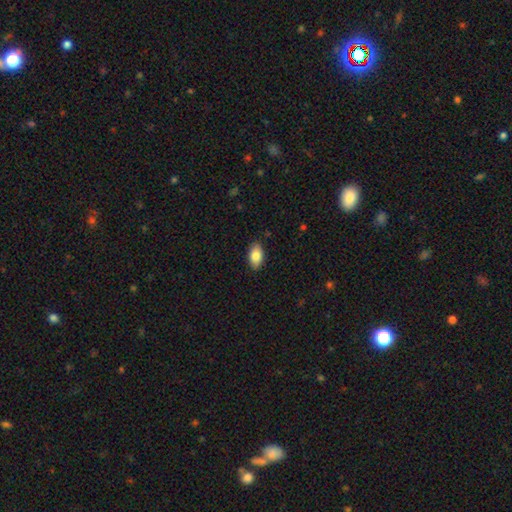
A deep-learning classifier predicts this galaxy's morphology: Smooth or featured: smooth — 83% (featured or disk — 10%)
How rounded: in between — 92% (round — 5%)
Merging: none — 88% (minor disturbance — 9%)